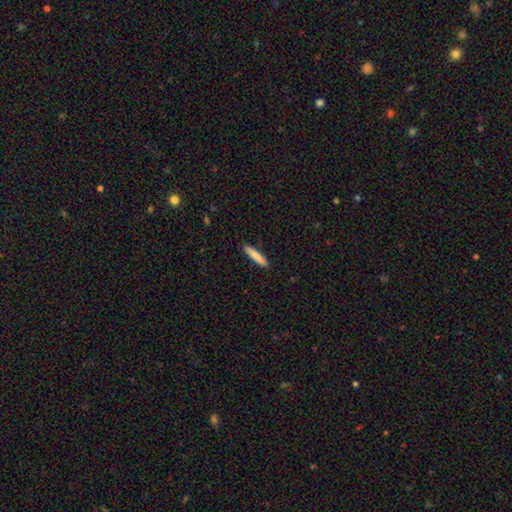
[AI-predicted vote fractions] Q: Smooth or featured?
A: smooth (83%); runner-up: featured or disk (11%)
Q: How rounded?
A: cigar-shaped (89%); runner-up: in between (10%)
Q: Merging?
A: none (91%); runner-up: minor disturbance (6%)